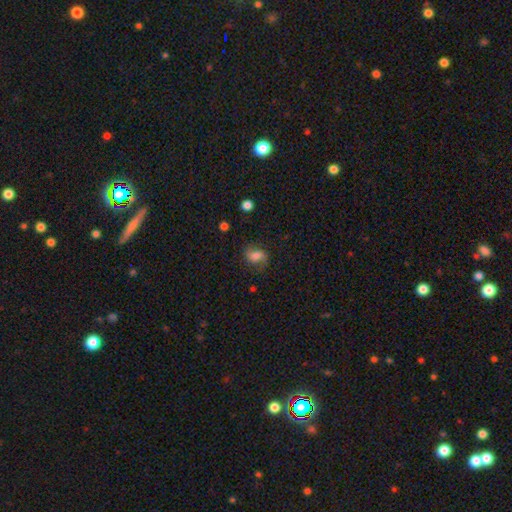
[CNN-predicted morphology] A smooth galaxy with no disk features (71%) that is in between round and cigar-shaped (68%). Merging: none (64%).